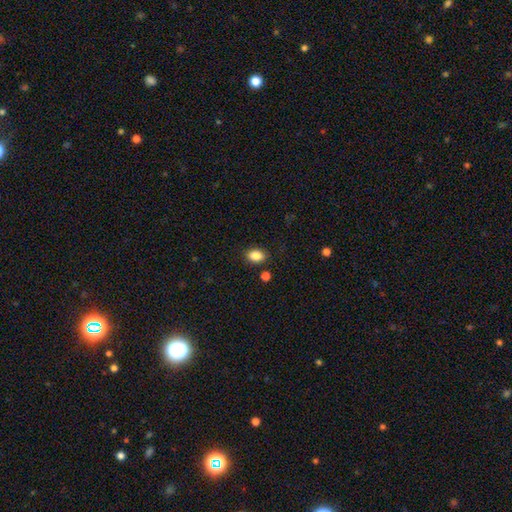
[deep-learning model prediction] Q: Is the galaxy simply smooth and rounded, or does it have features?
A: smooth — 86%.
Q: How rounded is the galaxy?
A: in between — 74%.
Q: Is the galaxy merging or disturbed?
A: none — 86%.